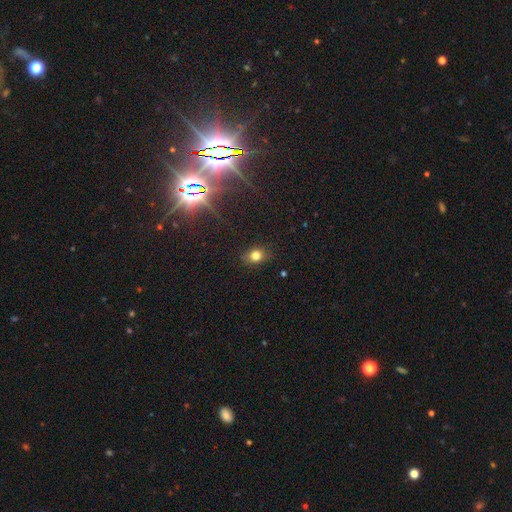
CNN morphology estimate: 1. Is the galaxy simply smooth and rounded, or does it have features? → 76% smooth, 16% star or artifact, 8% featured or disk.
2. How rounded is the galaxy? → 51% in between, 48% round, 2% cigar-shaped.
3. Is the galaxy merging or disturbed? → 84% none, 12% minor disturbance, 3% major disturbance, 1% merger.